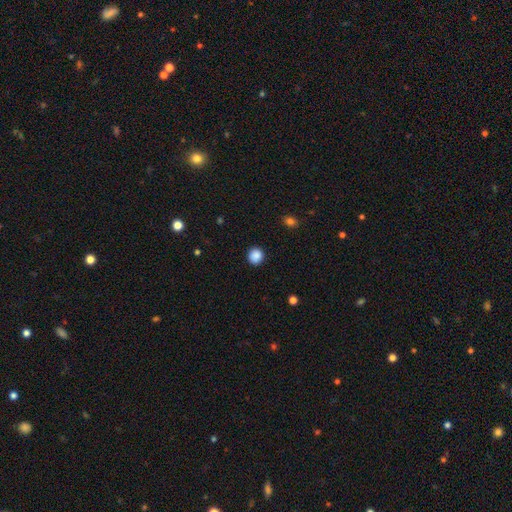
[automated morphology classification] smooth_or_featured: smooth (p=0.88) [alt: star or artifact p=0.09]
how_rounded: round (p=0.90) [alt: in between p=0.09]
merging: none (p=0.91) [alt: minor disturbance p=0.06]